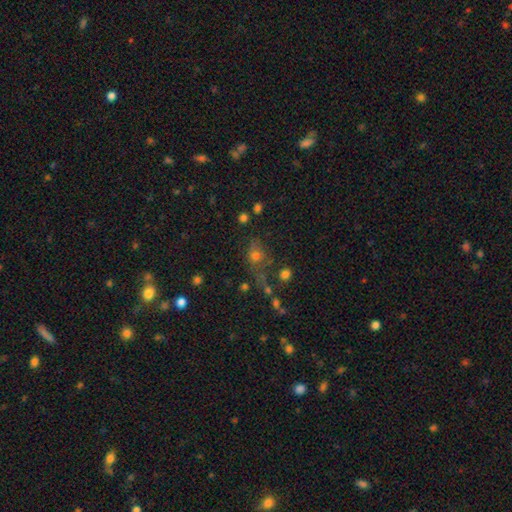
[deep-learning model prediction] A smooth galaxy with no disk features (57%) that is round (56%).

Vote fractions:
- Smooth or featured? smooth: 57% / star or artifact: 29% / featured or disk: 14%
- How rounded? round: 56% / in between: 40% / cigar-shaped: 4%
- Merging? none: 51% / minor disturbance: 19% / major disturbance: 17% / merger: 13%